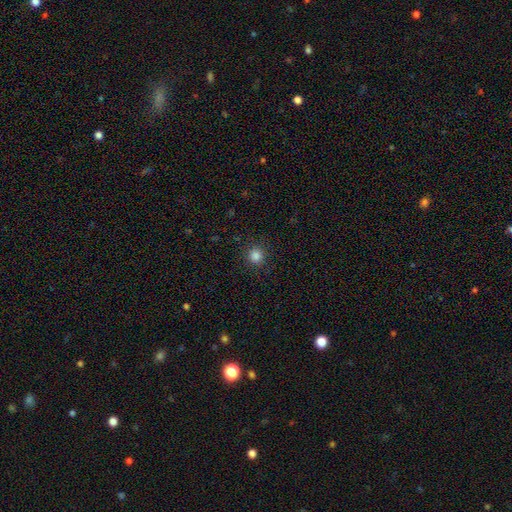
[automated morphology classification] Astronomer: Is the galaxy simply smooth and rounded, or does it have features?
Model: smooth — 84%.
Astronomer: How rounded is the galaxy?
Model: round — 91%.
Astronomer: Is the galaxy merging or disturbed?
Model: none — 90%.